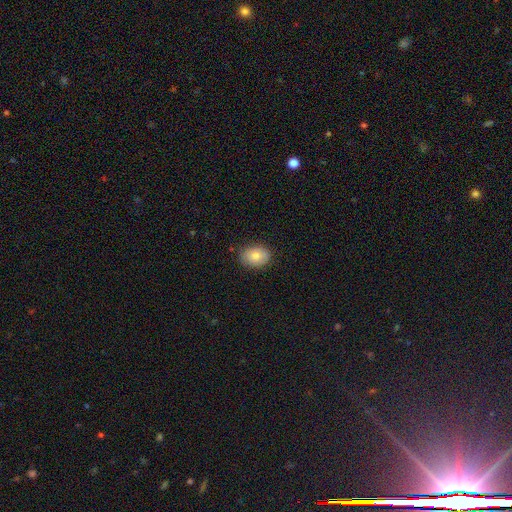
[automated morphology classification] smooth_or_featured: smooth (p=0.79) [alt: featured or disk p=0.13]
how_rounded: in between (p=0.62) [alt: round p=0.38]
merging: none (p=0.82) [alt: minor disturbance p=0.14]